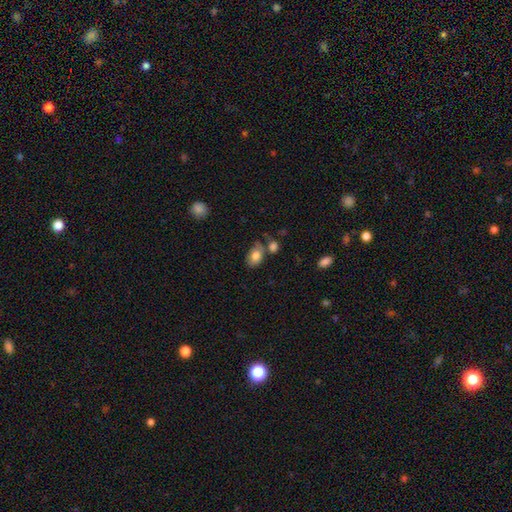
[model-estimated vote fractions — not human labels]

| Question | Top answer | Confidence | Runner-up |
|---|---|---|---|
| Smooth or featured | smooth | 80% | featured or disk (13%) |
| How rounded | in between | 85% | round (14%) |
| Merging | none | 53% | merger (22%) |